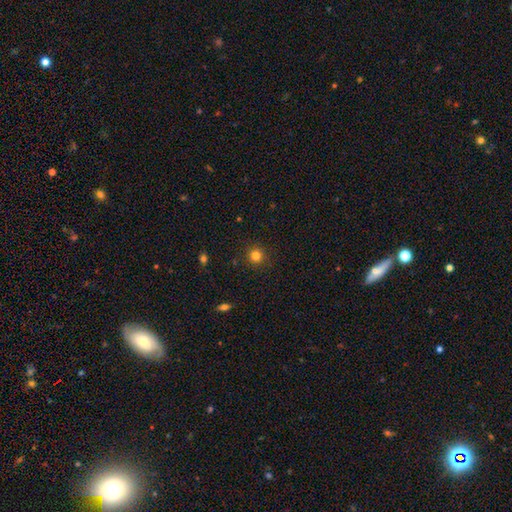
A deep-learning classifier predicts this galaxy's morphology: Q: Smooth or featured?
A: smooth (82%); runner-up: star or artifact (13%)
Q: How rounded?
A: round (93%); runner-up: in between (6%)
Q: Merging?
A: none (90%); runner-up: minor disturbance (7%)